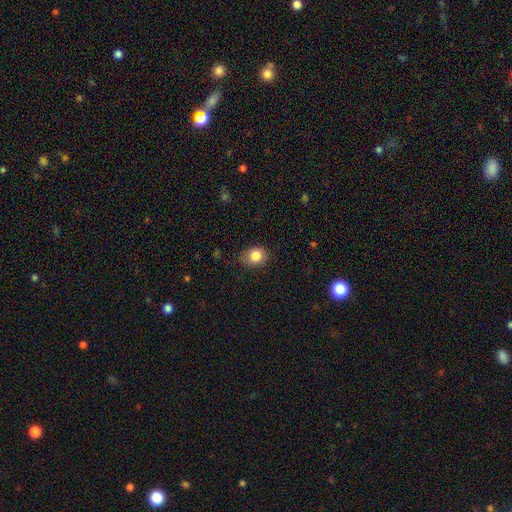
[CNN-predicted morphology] Smooth or featured?
  - smooth: 84% *
  - star or artifact: 10%
  - featured or disk: 6%
How rounded?
  - round: 52% *
  - in between: 47%
  - cigar-shaped: 1%
Merging?
  - none: 78% *
  - minor disturbance: 18%
  - major disturbance: 4%
  - merger: 1%